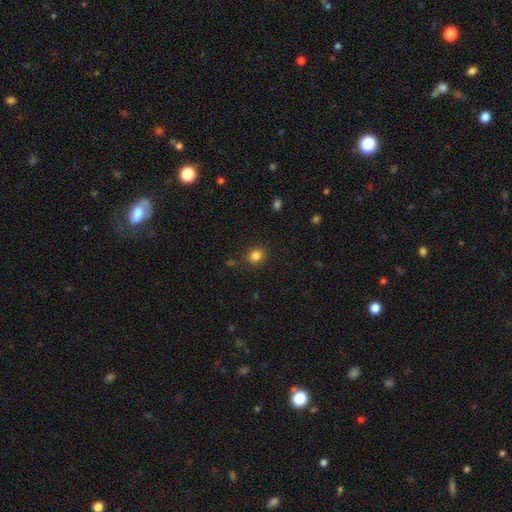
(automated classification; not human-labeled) smooth_or_featured: smooth (p=0.84) [alt: star or artifact p=0.12]
how_rounded: round (p=0.65) [alt: in between p=0.34]
merging: none (p=0.87) [alt: minor disturbance p=0.09]